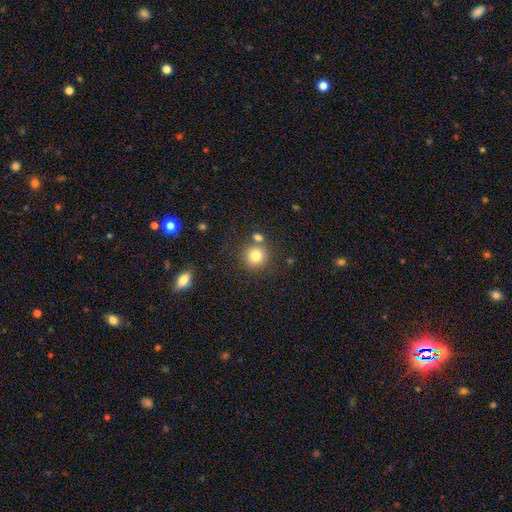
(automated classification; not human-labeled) smooth 81%, star or artifact 11%, featured or disk 8%. Down the decision tree: how rounded — round (90%); merging — none (71%).